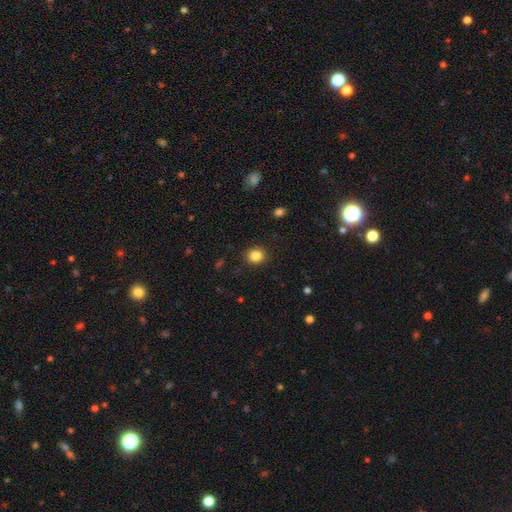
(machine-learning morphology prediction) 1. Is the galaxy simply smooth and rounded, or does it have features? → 84% smooth, 11% star or artifact, 5% featured or disk.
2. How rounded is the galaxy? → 85% round, 14% in between, 1% cigar-shaped.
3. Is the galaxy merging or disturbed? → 91% none, 6% minor disturbance, 2% major disturbance, 1% merger.